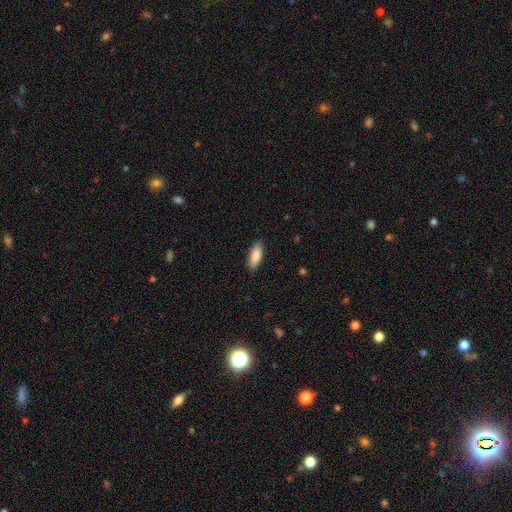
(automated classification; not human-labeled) This is clearly a smooth galaxy (86%). How rounded: likely in between (72%). Merging: clearly none (87%).